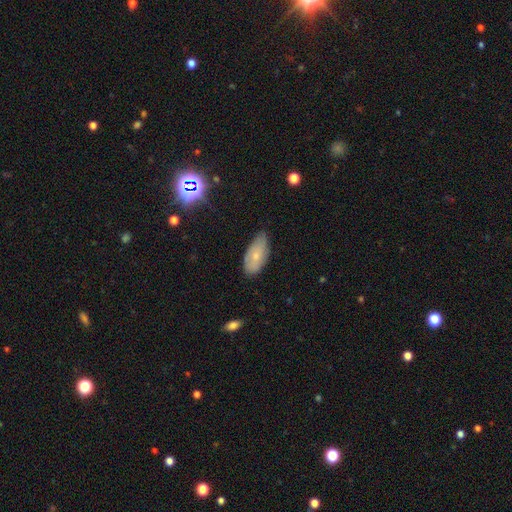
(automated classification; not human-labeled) This is likely a smooth galaxy (65%). How rounded: clearly in between (91%). Merging: possibly none (59%).